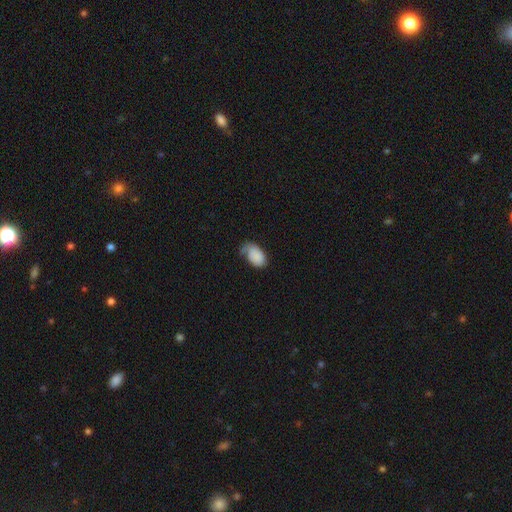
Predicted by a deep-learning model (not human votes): A smooth galaxy with no disk features (81%) that is in between round and cigar-shaped (92%).

Vote fractions:
- Smooth or featured? smooth: 81% / featured or disk: 13% / star or artifact: 7%
- How rounded? in between: 92% / round: 7% / cigar-shaped: 1%
- Merging? none: 39% / minor disturbance: 37% / major disturbance: 20% / merger: 4%